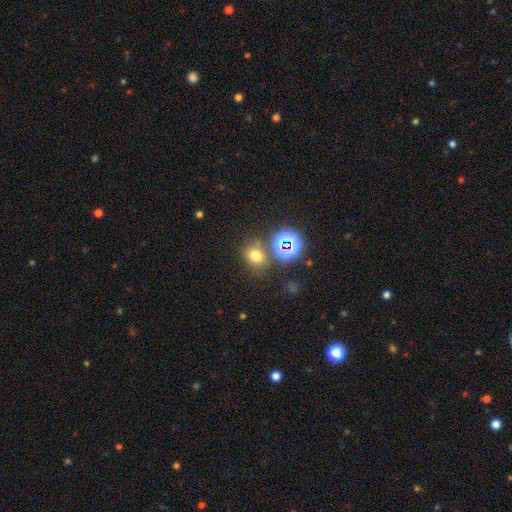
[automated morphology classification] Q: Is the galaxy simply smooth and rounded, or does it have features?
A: smooth — 68%.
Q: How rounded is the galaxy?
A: round — 68%.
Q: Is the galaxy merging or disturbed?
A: none — 71%.